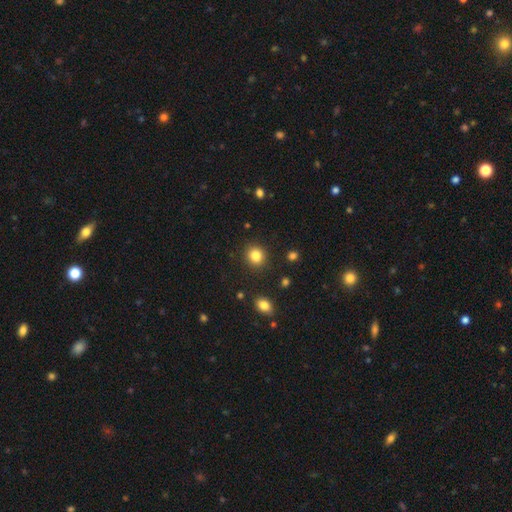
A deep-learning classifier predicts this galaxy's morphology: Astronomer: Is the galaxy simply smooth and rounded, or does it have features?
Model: smooth — 85%.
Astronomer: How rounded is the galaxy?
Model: round — 79%.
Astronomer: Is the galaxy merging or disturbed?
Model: none — 89%.